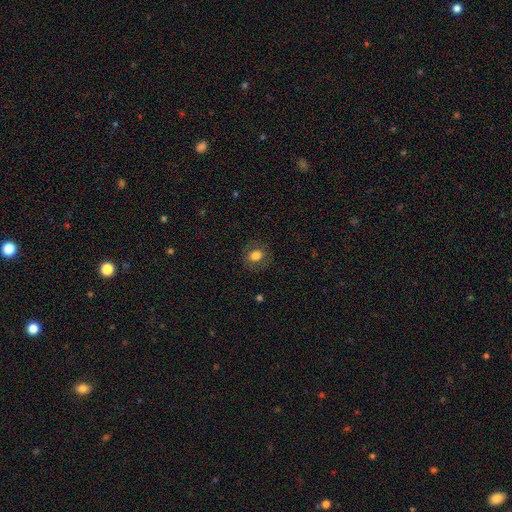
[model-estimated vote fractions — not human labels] smooth 76%, featured or disk 14%, star or artifact 10%. Down the decision tree: how rounded — round (67%); merging — none (85%).